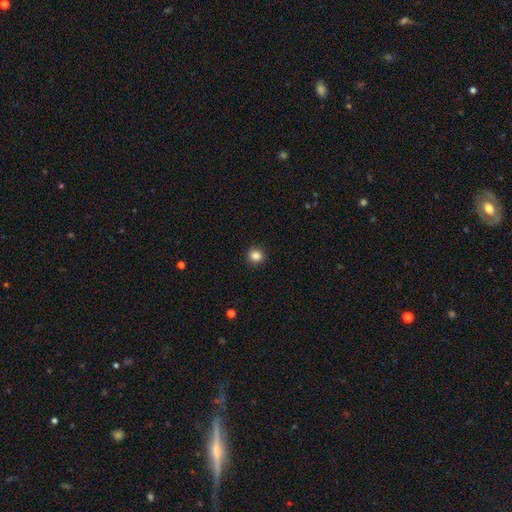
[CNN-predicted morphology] A smooth galaxy with no disk features (85%) that is round (90%). Merging: none (92%).